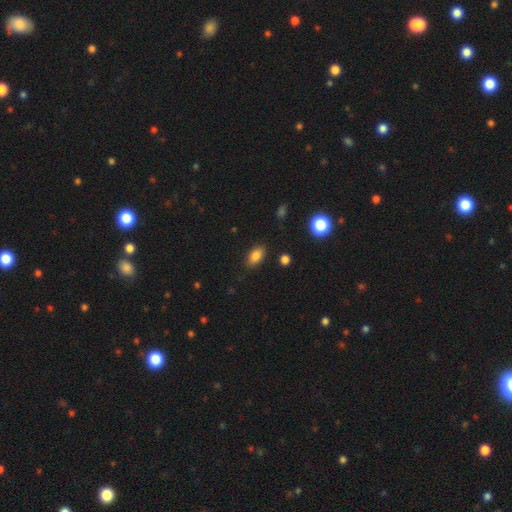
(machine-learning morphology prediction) type=smooth (84%); roundness=in between (89%); merging=none (85%).